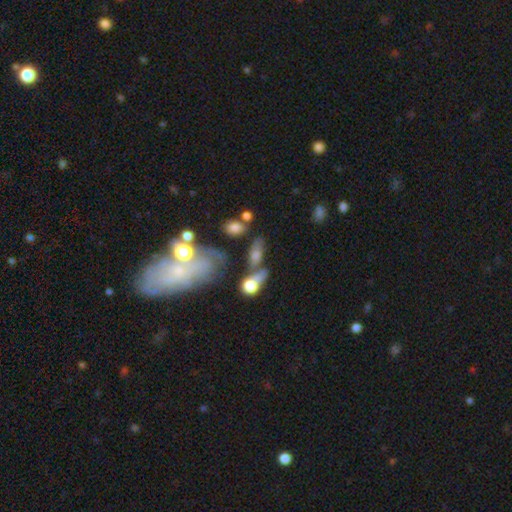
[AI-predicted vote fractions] Smooth or featured: smooth — 48% (featured or disk — 34%)
Merging: none — 48% (merger — 21%)